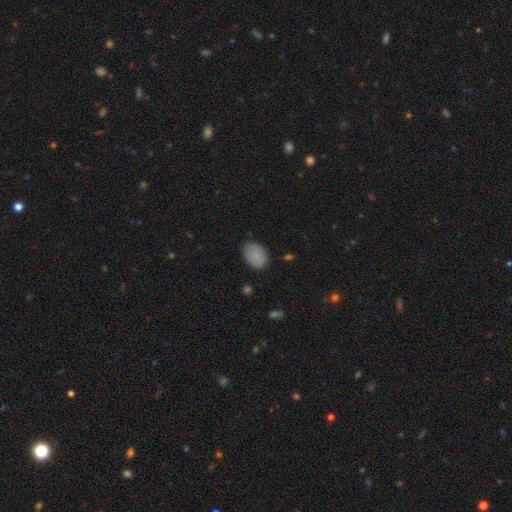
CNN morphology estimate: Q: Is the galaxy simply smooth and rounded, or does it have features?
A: smooth — 84%.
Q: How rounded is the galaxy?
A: in between — 79%.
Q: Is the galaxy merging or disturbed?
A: none — 76%.